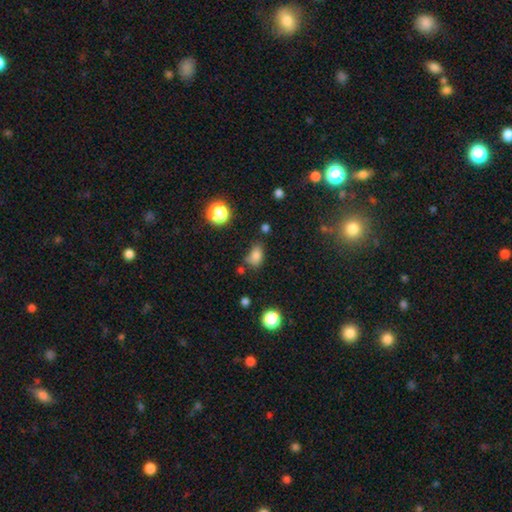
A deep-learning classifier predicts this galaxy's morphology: type=smooth (79%); roundness=in between (78%); merging=none (53%).